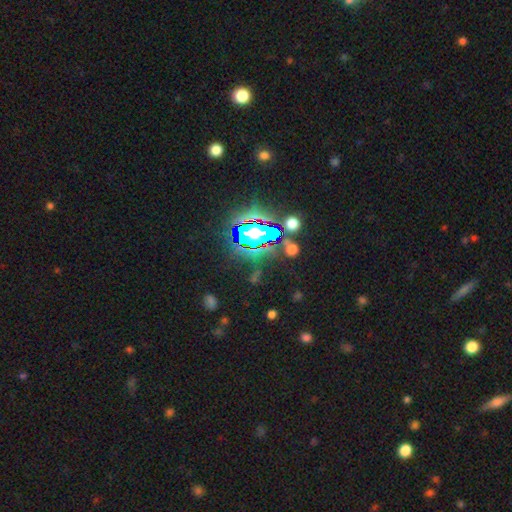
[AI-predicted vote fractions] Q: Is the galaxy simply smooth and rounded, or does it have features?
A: star or artifact — 81%.